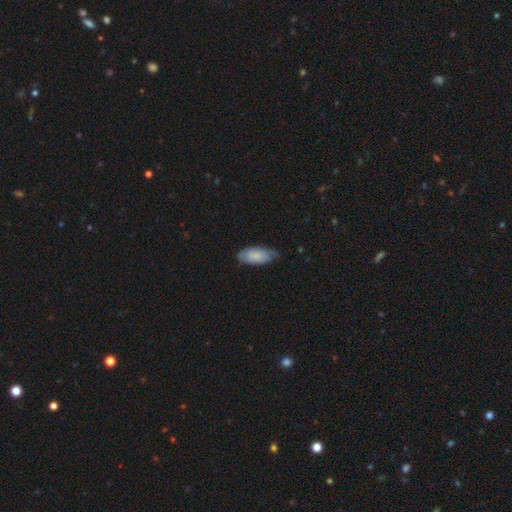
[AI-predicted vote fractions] This appears to be a smooth galaxy with no disk features (72%) that is in between round and cigar-shaped (88%). Merging: none (59%).